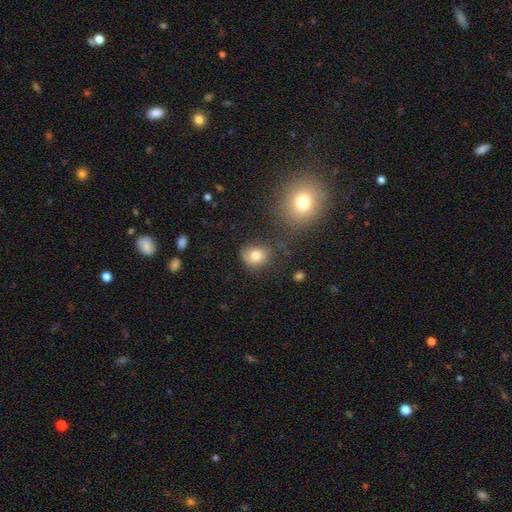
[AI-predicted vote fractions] smooth_or_featured: smooth (p=0.79) [alt: star or artifact p=0.12]
how_rounded: round (p=0.69) [alt: in between p=0.30]
merging: none (p=0.71) [alt: minor disturbance p=0.18]